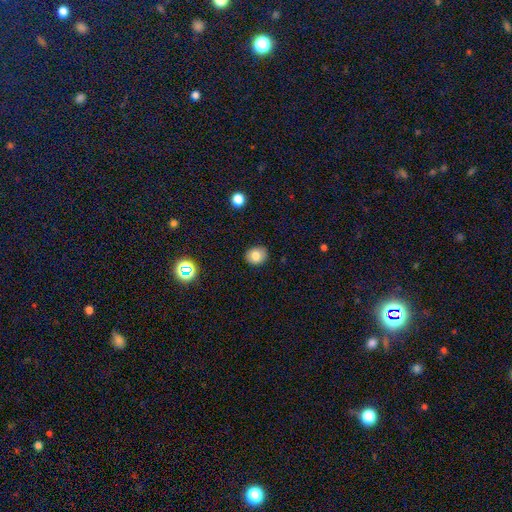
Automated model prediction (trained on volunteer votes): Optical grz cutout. It shows a smooth galaxy with no disk features (79%) that is round (71%). Merging: none (89%).